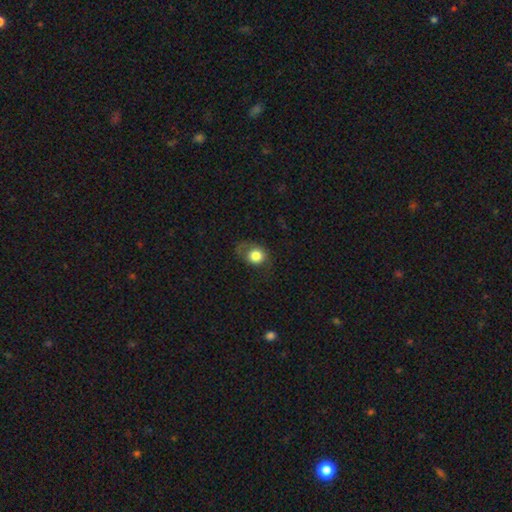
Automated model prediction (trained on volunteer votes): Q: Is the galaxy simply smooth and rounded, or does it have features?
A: smooth — 78%.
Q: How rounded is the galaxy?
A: round — 65%.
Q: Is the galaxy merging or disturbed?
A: none — 51%.